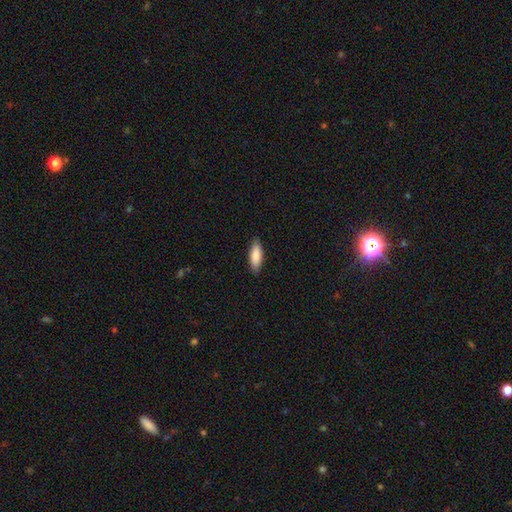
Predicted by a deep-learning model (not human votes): The model was most divided on "how rounded": in between: 64%, cigar-shaped: 35%, round: 2%. More confident: merging — none (87%); smooth or featured — smooth (87%).